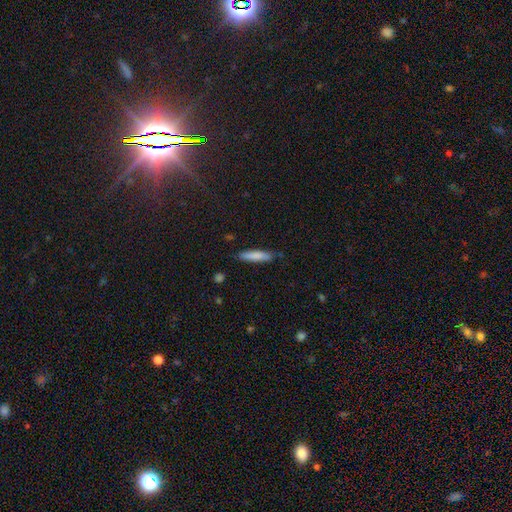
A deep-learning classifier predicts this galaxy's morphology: This is likely a smooth galaxy (79%). How rounded: clearly cigar-shaped (84%). Merging: clearly none (80%).